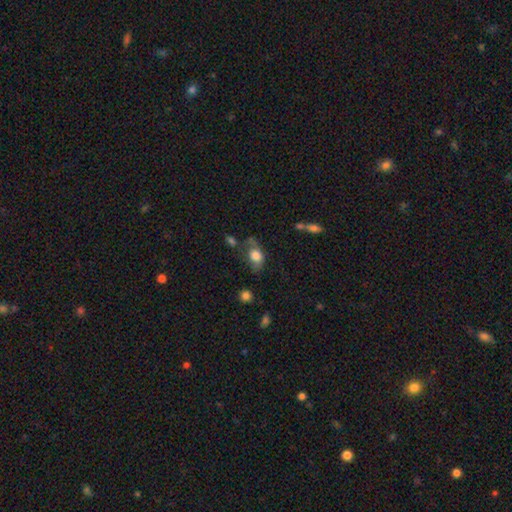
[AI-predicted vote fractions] Q: Smooth or featured?
A: smooth (74%); runner-up: featured or disk (17%)
Q: How rounded?
A: in between (73%); runner-up: round (25%)
Q: Merging?
A: none (44%); runner-up: minor disturbance (30%)